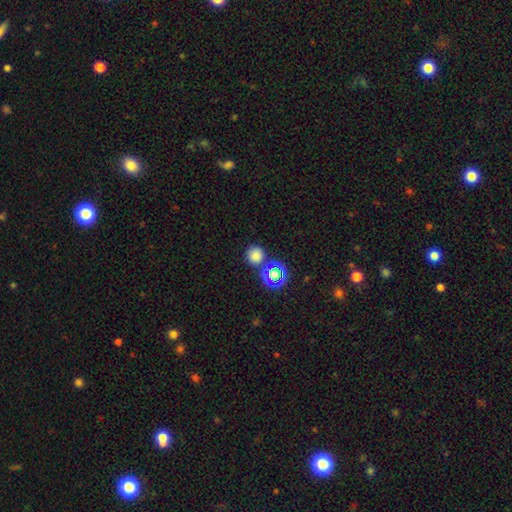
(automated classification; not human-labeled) smooth 75%, star or artifact 20%, featured or disk 5%. Down the decision tree: how rounded — round (91%); merging — none (77%).